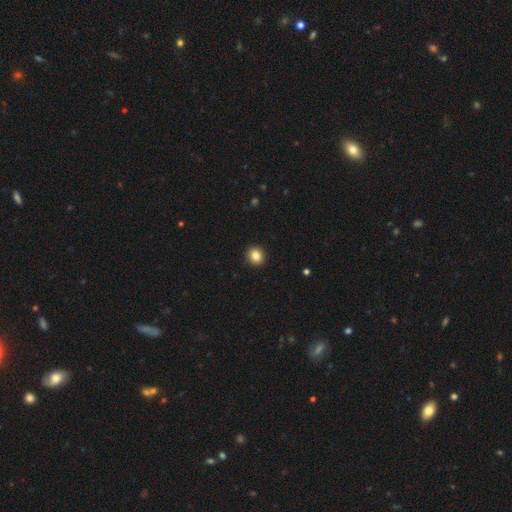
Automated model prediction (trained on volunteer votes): This is clearly a smooth galaxy (84%). How rounded: clearly round (92%). Merging: clearly none (93%).